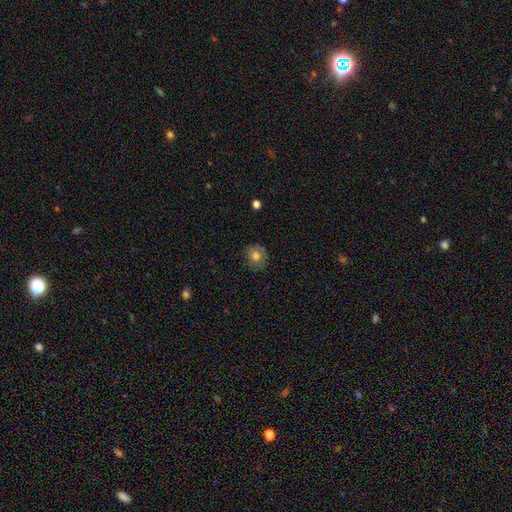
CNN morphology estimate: smooth-or-featured: smooth: 69% | featured or disk: 22% | star or artifact: 10%
  how-rounded: round: 77% | in between: 23% | cigar-shaped: 1%
  merging: none: 76% | minor disturbance: 18% | major disturbance: 5% | merger: 1%